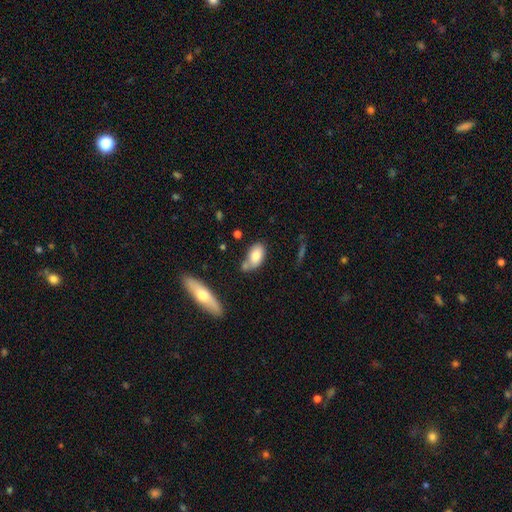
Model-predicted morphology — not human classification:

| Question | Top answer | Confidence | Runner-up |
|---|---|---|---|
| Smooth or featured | smooth | 76% | featured or disk (17%) |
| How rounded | in between | 91% | round (5%) |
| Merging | none | 49% | minor disturbance (25%) |